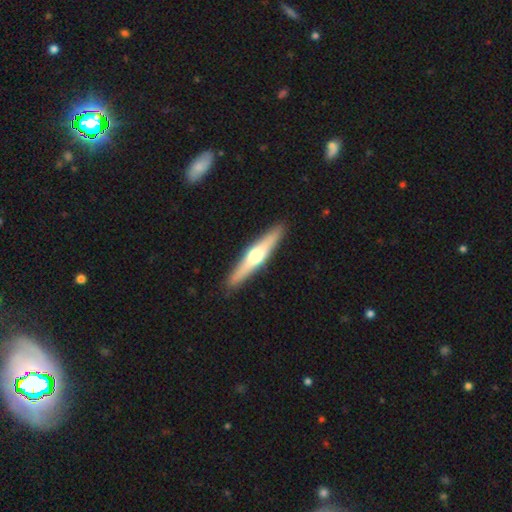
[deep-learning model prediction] Smooth or featured? featured or disk (58%)
Edge-on disk? yes (94%)
Edge-on bulge? rounded (92%)
Merging? none (91%)